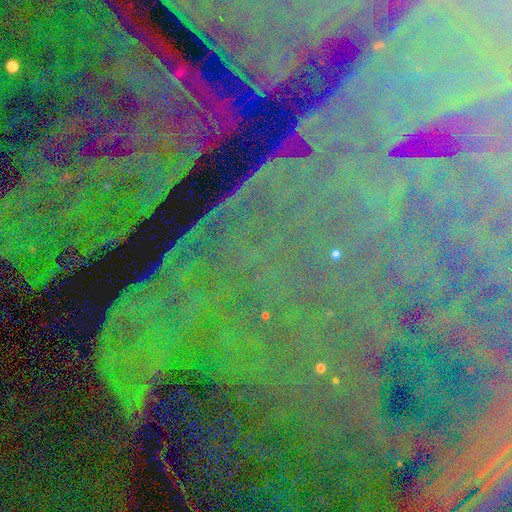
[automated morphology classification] Smooth or featured? Predicted: star or artifact (p=0.87).